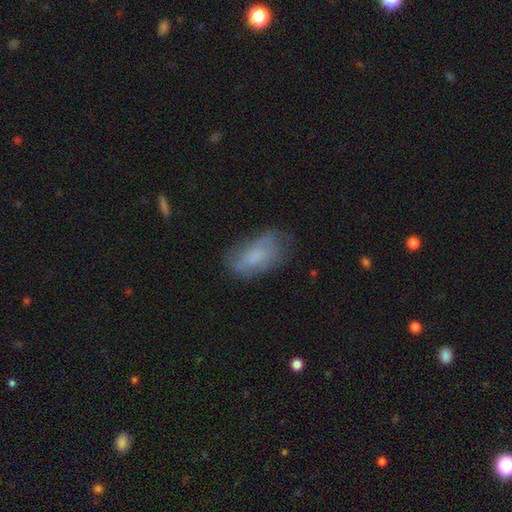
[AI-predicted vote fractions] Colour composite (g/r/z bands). It shows a smooth galaxy with no disk features (68%) that is in between round and cigar-shaped (91%). Merging: none (58%).